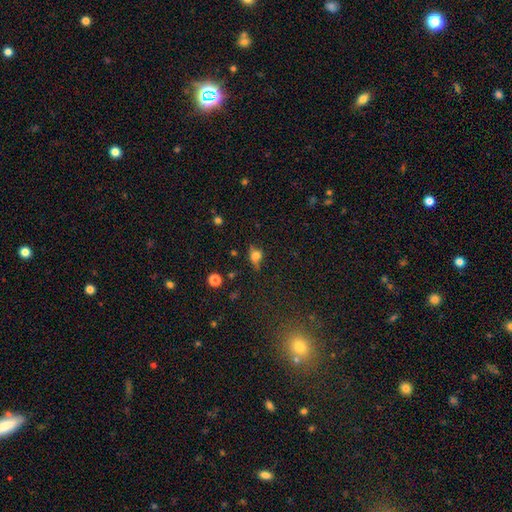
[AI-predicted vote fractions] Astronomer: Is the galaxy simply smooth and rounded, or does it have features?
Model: smooth — 70%.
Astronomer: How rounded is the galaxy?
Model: in between — 49% (runner-up: round, 47%).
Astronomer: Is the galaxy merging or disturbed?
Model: none — 50% (runner-up: minor disturbance, 31%).